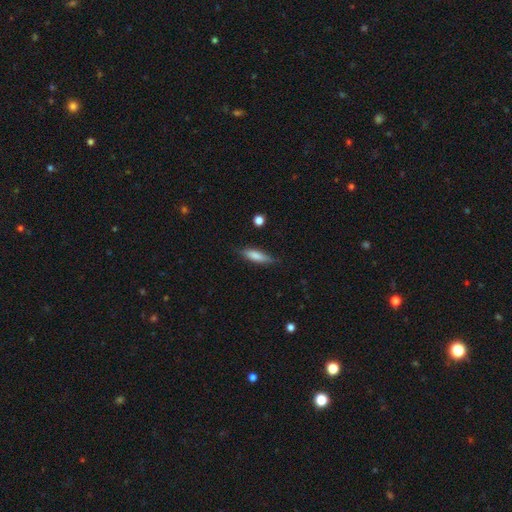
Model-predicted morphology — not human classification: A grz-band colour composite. It shows a smooth galaxy with no disk features (76%) that is cigar-shaped (63%). Merging: none (79%).